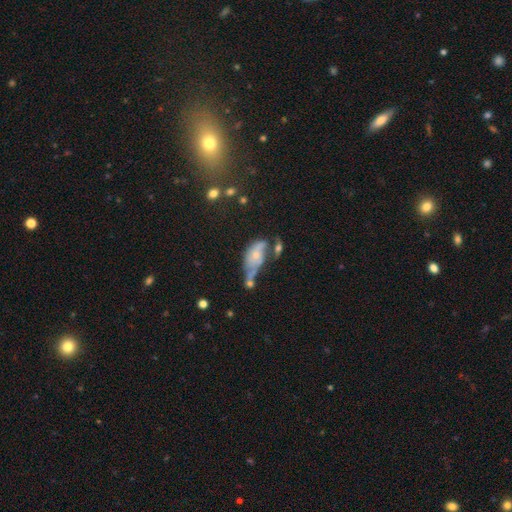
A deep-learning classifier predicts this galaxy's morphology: smooth-or-featured: featured or disk: 49% | smooth: 40% | star or artifact: 10%
  merging: merger: 29% | major disturbance: 28% | minor disturbance: 22% | none: 21%